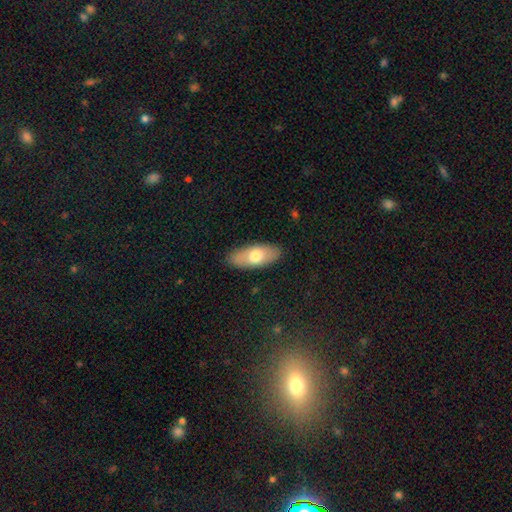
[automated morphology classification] type=smooth (70%); roundness=in between (84%); merging=none (87%).